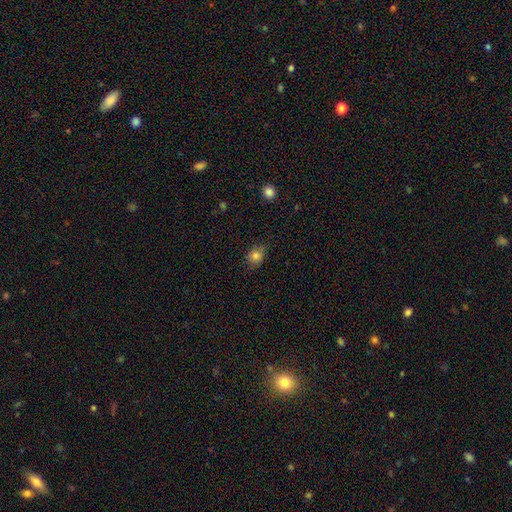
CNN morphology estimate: A smooth galaxy with no disk features (79%) that is round (61%). Merging: none (69%).